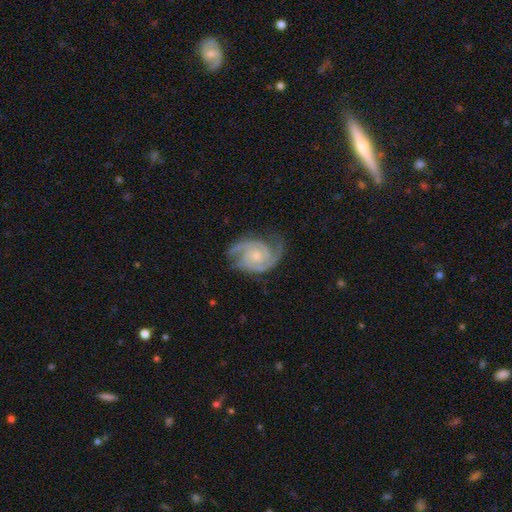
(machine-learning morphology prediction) featured or disk 91%, smooth 5%, star or artifact 4%. Down the decision tree: edge-on disk — no (98%); bar — no (69%); spiral arms — yes (98%); spiral arm count — 2 (78%); spiral winding — tight (58%); bulge size — small (55%); merging — none (73%).